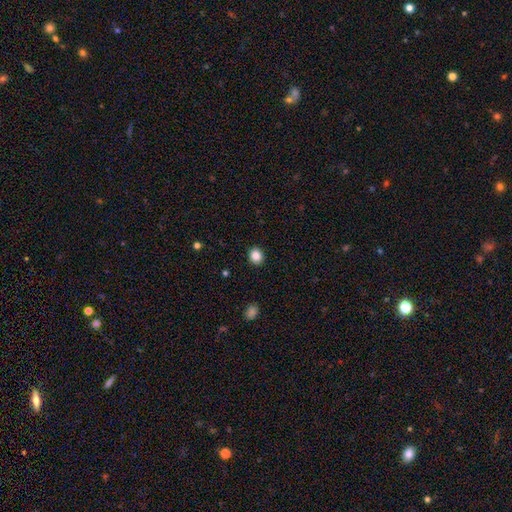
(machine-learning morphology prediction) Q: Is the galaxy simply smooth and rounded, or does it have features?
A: smooth — 84%.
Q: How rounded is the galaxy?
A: round — 74%.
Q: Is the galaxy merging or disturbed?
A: none — 91%.